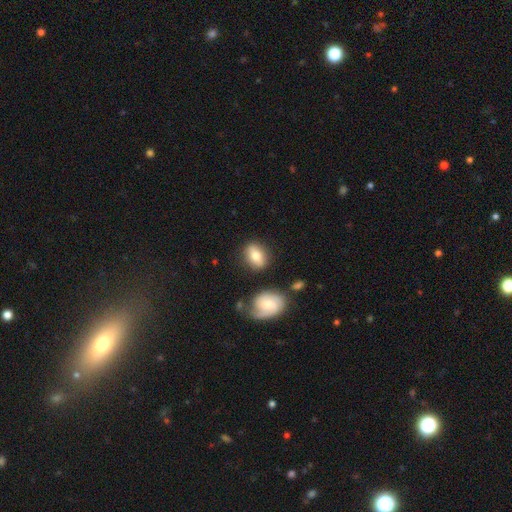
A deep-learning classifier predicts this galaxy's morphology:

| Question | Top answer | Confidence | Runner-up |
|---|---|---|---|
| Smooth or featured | smooth | 71% | featured or disk (22%) |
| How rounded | in between | 73% | round (23%) |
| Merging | none | 78% | minor disturbance (14%) |